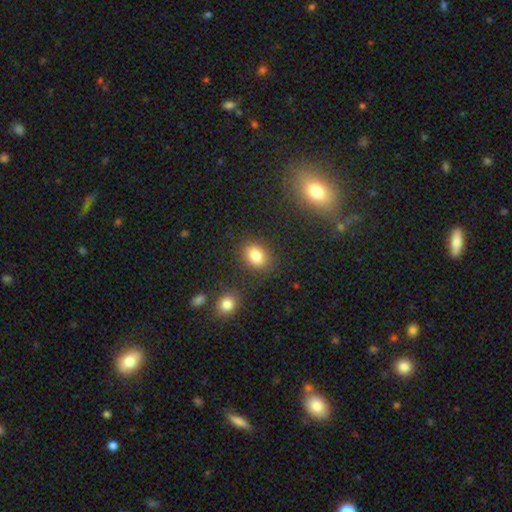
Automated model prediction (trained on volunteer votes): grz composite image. It shows a smooth galaxy with no disk features (84%) that is in between round and cigar-shaped (65%). Merging: none (80%).